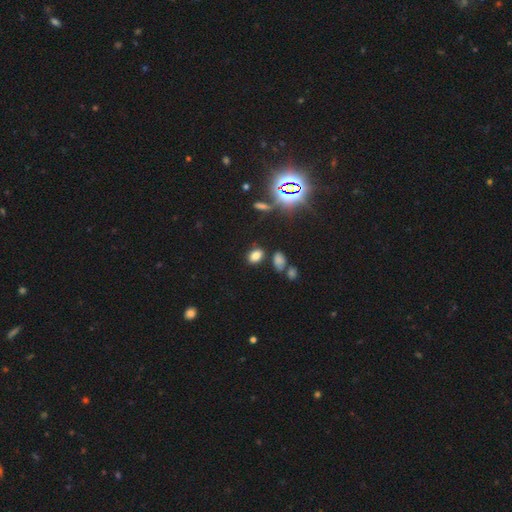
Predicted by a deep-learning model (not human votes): Morphology: type=smooth (72%); roundness=in between (78%); merging=none (79%).